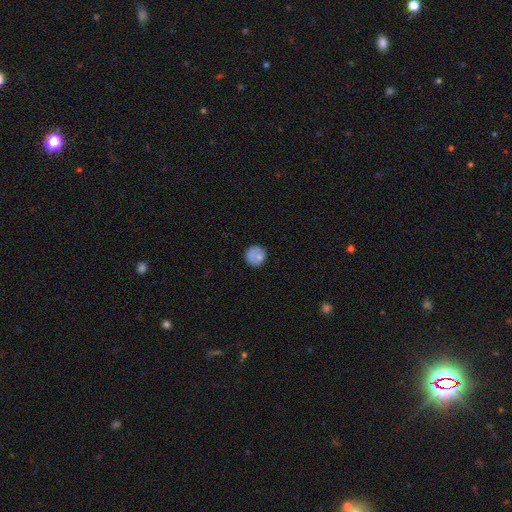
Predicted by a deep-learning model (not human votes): A smooth galaxy with no disk features (78%) that is round (91%). Merging: none (76%).